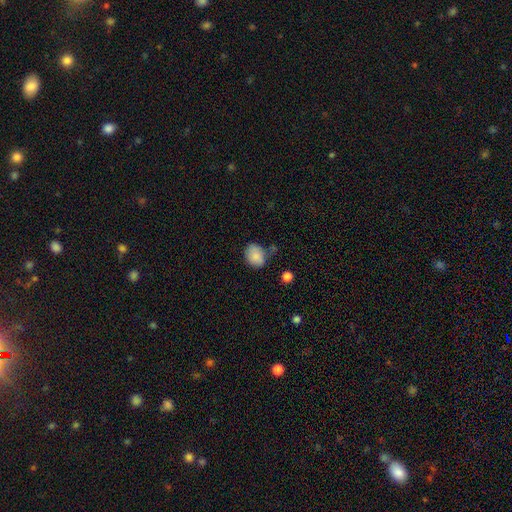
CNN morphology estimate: This is clearly a smooth galaxy (86%). How rounded: likely in between (60%). Merging: possibly none (58%).